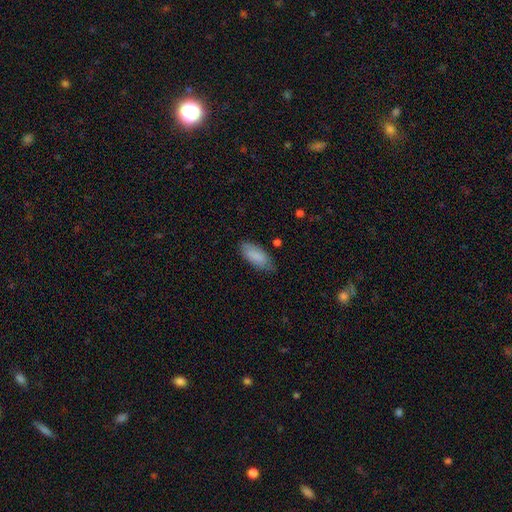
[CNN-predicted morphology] This appears to be a smooth galaxy with no disk features (86%) that is in between round and cigar-shaped (85%). Merging: none (73%).